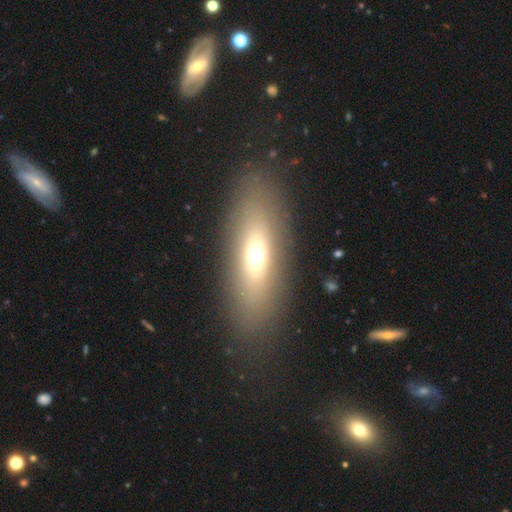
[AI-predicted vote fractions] smooth-or-featured: smooth: 58% | featured or disk: 30% | star or artifact: 11%
  how-rounded: in between: 61% | cigar-shaped: 34% | round: 5%
  merging: none: 83% | minor disturbance: 9% | major disturbance: 6% | merger: 2%